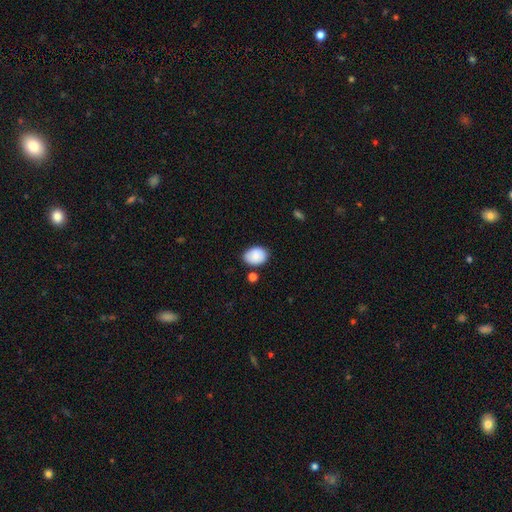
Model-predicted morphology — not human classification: Overall: smooth (84%). How rounded: in between (73%). Merging: none (75%).